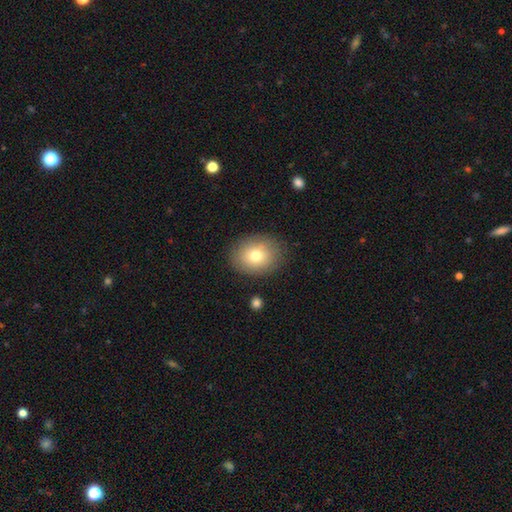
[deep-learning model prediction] Smooth or featured?
  - smooth: 76% *
  - featured or disk: 14%
  - star or artifact: 10%
How rounded?
  - round: 50% *
  - in between: 49%
  - cigar-shaped: 1%
Merging?
  - none: 85% *
  - minor disturbance: 10%
  - major disturbance: 3%
  - merger: 2%